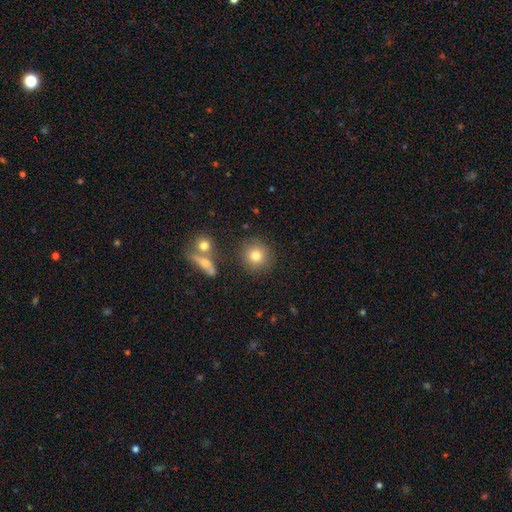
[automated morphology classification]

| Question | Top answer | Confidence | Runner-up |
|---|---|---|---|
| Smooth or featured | smooth | 80% | star or artifact (10%) |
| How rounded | round | 91% | in between (8%) |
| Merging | none | 83% | minor disturbance (8%) |